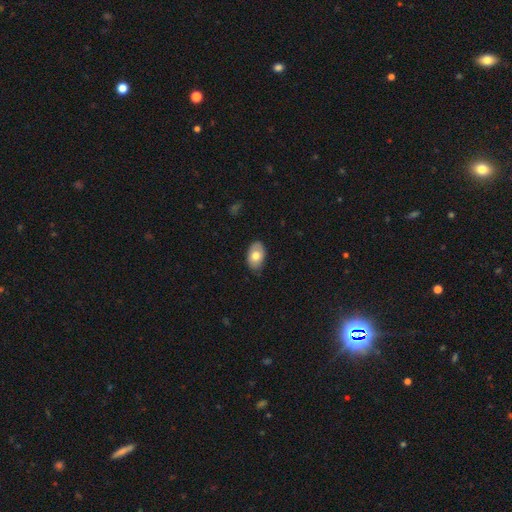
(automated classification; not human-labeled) Q: Smooth or featured?
A: smooth (71%); runner-up: featured or disk (22%)
Q: How rounded?
A: in between (90%); runner-up: round (9%)
Q: Merging?
A: none (78%); runner-up: minor disturbance (18%)